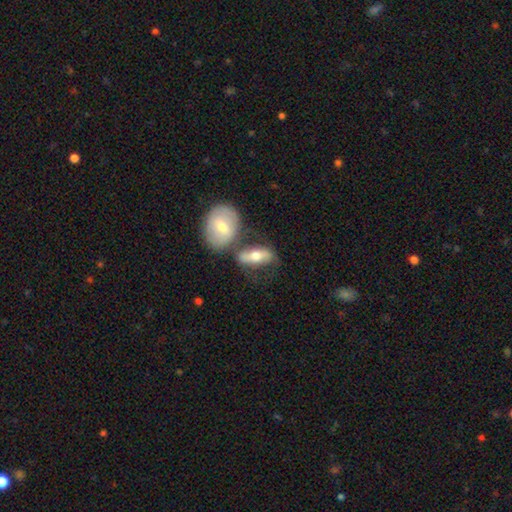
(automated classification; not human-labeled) A smooth galaxy with no disk features (54%) that is in between round and cigar-shaped (76%).

Vote fractions:
- Smooth or featured? smooth: 54% / featured or disk: 39% / star or artifact: 6%
- How rounded? in between: 76% / cigar-shaped: 16% / round: 7%
- Merging? none: 45% / merger: 32% / minor disturbance: 15% / major disturbance: 8%